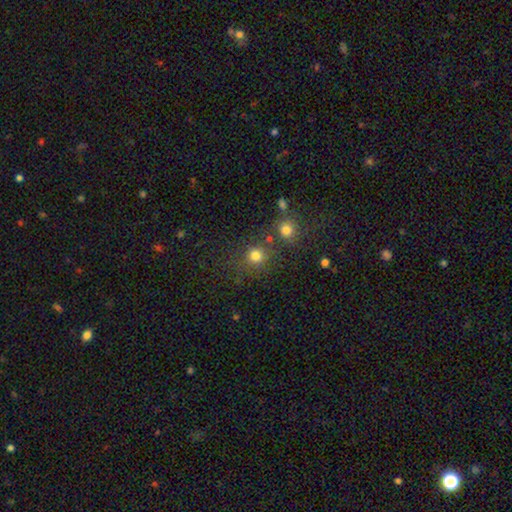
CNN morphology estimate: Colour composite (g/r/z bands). It shows a smooth galaxy with no disk features (78%) that is round (90%). Merging: none (71%).